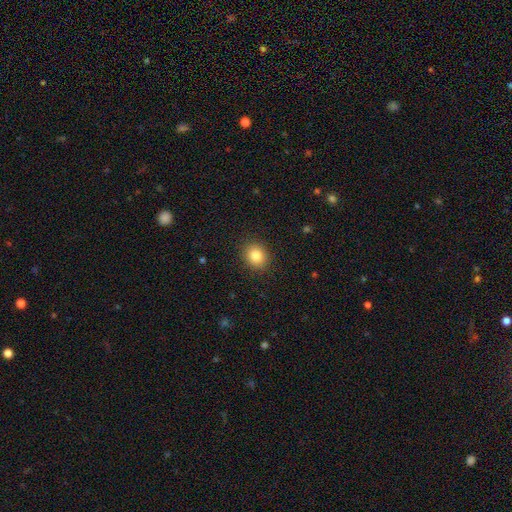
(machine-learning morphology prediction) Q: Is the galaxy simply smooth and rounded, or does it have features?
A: smooth — 84%.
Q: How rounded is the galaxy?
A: round — 66%.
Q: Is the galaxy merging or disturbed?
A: none — 90%.